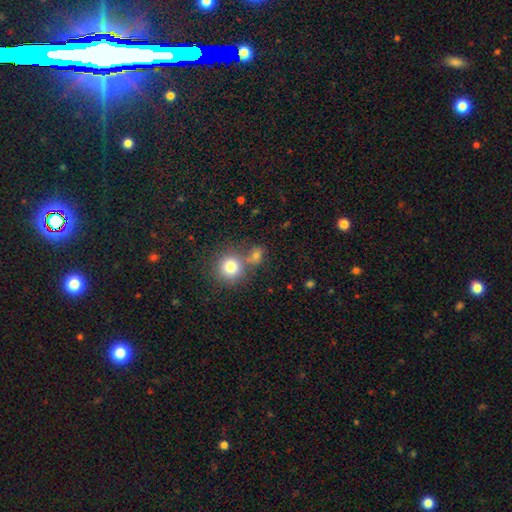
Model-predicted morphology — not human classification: Smooth or featured: smooth — 76% (star or artifact — 15%)
How rounded: round — 66% (in between — 32%)
Merging: none — 53% (merger — 33%)